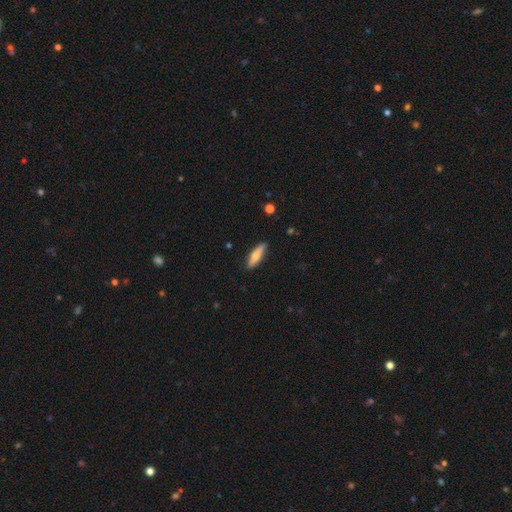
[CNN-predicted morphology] type=smooth (58%); roundness=cigar-shaped (68%); merging=none (86%).